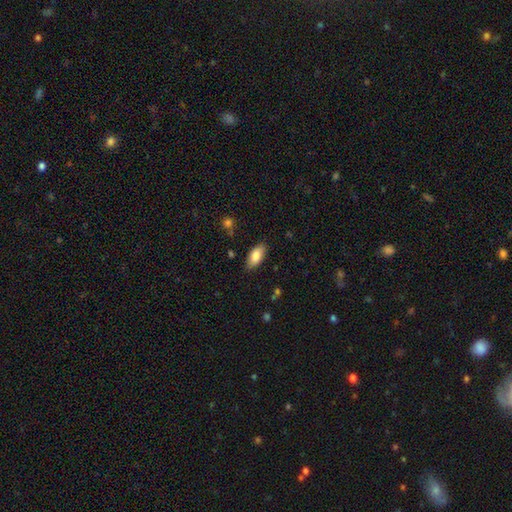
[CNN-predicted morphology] Smooth or featured? Predicted: smooth (p=0.82). How rounded? Predicted: in between (p=0.90). Merging? Predicted: none (p=0.85).